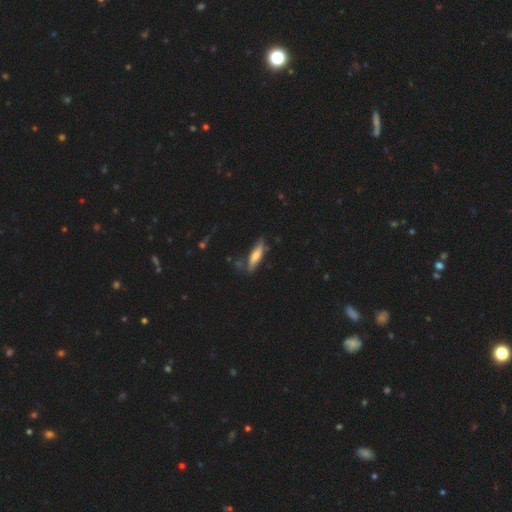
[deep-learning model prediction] The model was most divided on "how rounded": cigar-shaped: 67%, in between: 31%, round: 2%. More confident: merging — none (67%); smooth or featured — smooth (65%).